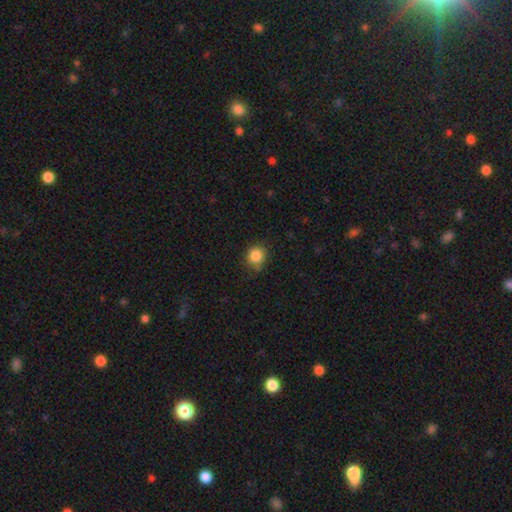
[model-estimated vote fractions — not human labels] Smooth or featured?
  - smooth: 85% *
  - star or artifact: 10%
  - featured or disk: 5%
How rounded?
  - round: 83% *
  - in between: 16%
  - cigar-shaped: 1%
Merging?
  - none: 73% *
  - minor disturbance: 21%
  - major disturbance: 4%
  - merger: 2%